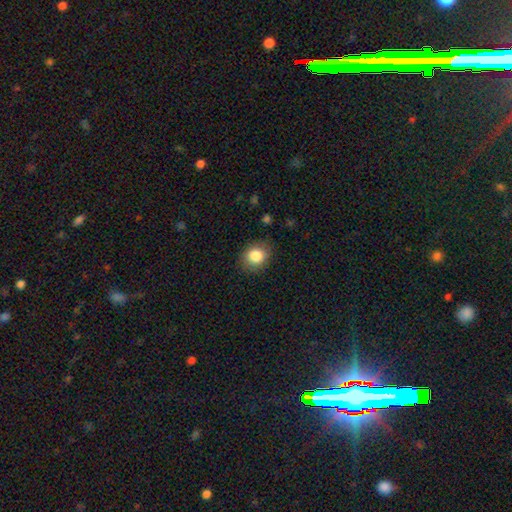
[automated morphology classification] Q: Smooth or featured?
A: smooth (84%); runner-up: star or artifact (10%)
Q: How rounded?
A: round (59%); runner-up: in between (40%)
Q: Merging?
A: none (83%); runner-up: minor disturbance (12%)